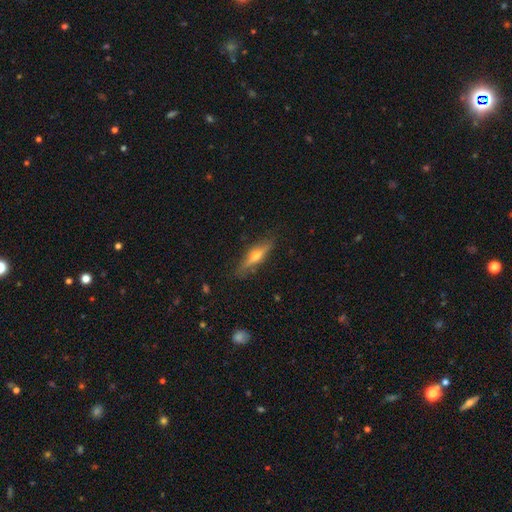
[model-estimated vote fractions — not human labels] A featured or disk galaxy (59%) viewed edge-on (93%) with a rounded central bulge (91%). Merging: none (84%).